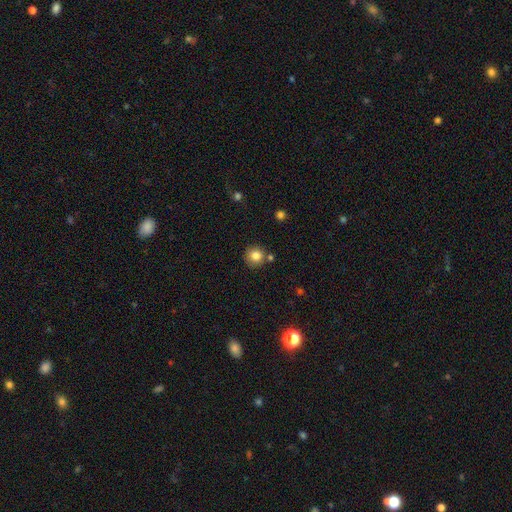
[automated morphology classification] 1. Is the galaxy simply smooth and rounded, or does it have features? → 82% smooth, 11% star or artifact, 7% featured or disk.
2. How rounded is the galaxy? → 92% round, 7% in between, 1% cigar-shaped.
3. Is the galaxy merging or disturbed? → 79% none, 10% minor disturbance, 9% merger, 3% major disturbance.